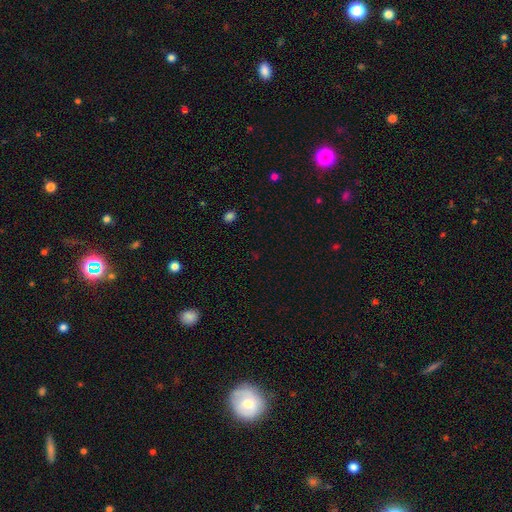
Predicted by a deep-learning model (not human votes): This appears to be a star or artifact, not a galaxy (59%).